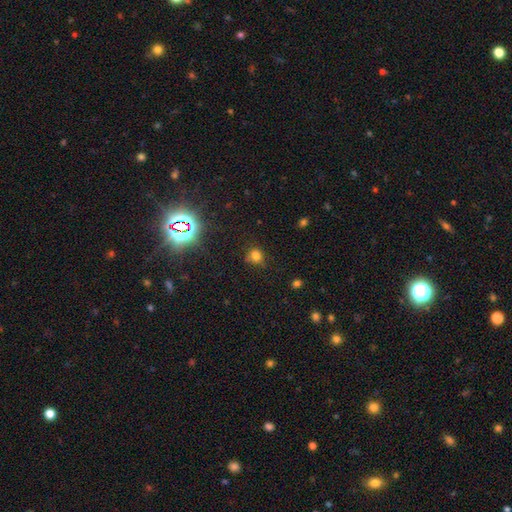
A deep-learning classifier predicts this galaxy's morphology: Smooth or featured? smooth (73%)
How rounded? round (76%)
Merging? none (72%)